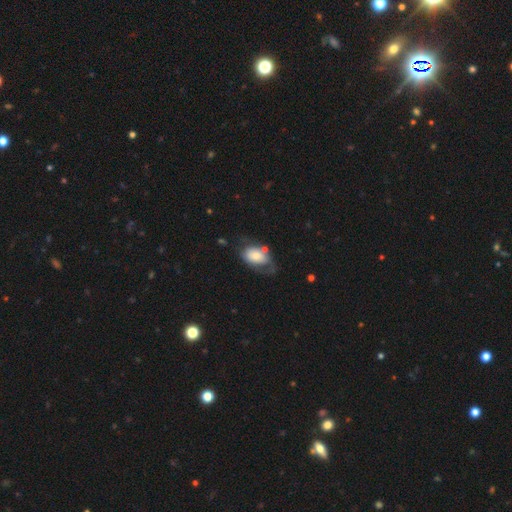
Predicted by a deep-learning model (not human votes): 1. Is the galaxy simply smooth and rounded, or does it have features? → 64% smooth, 29% featured or disk, 7% star or artifact.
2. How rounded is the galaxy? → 88% in between, 10% round, 2% cigar-shaped.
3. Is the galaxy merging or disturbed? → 40% none, 30% minor disturbance, 23% major disturbance, 8% merger.